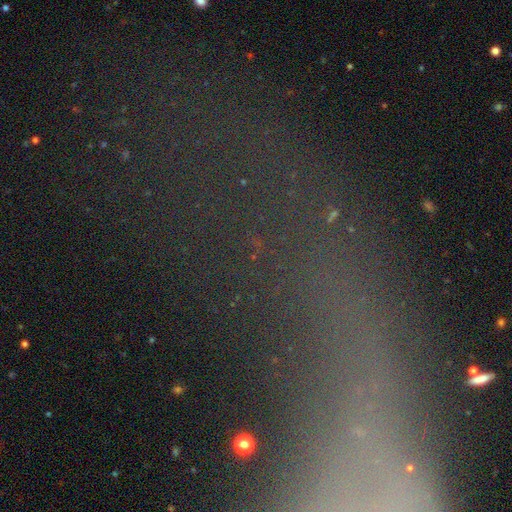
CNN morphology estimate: The model was most divided on "smooth or featured": star or artifact: 58%, smooth: 23%, featured or disk: 19%.